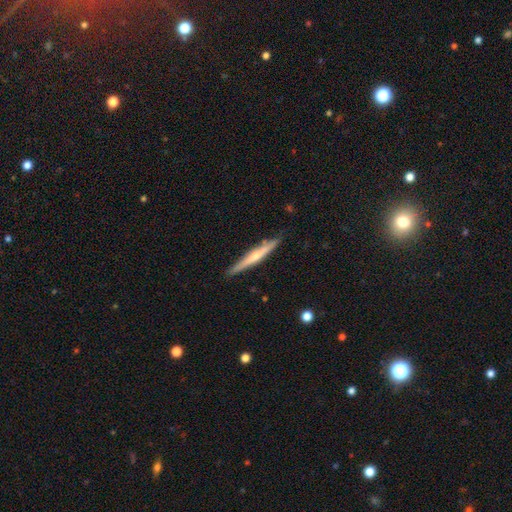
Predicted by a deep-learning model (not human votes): Smooth or featured?
  - featured or disk: 57% *
  - smooth: 38%
  - star or artifact: 6%
Edge-on disk?
  - yes: 97% *
  - no: 3%
Edge-on bulge?
  - rounded: 58% *
  - none: 35%
  - boxy: 8%
Merging?
  - none: 87% *
  - minor disturbance: 9%
  - merger: 2%
  - major disturbance: 2%